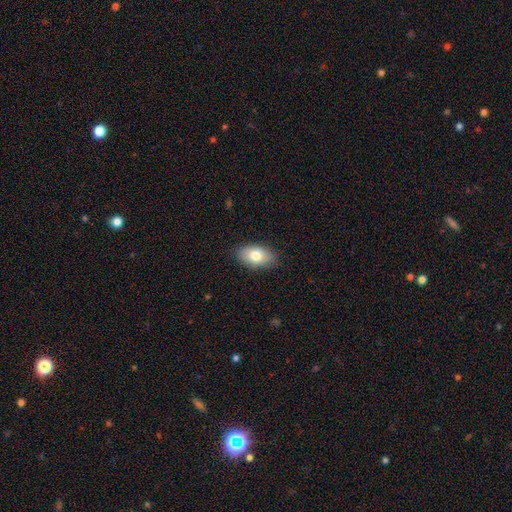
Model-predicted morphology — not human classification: Overall: smooth (78%). How rounded: in between (92%). Merging: none (86%).